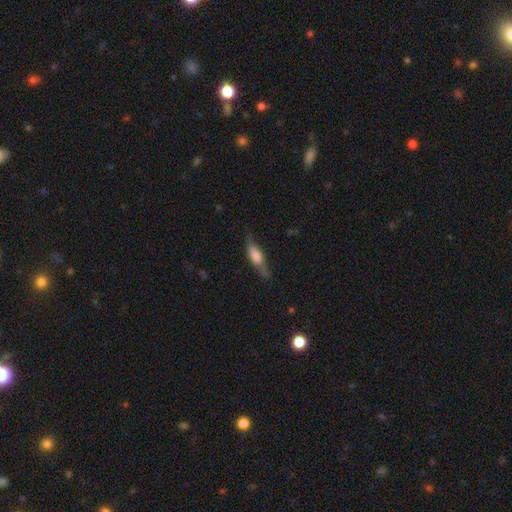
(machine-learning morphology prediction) type=smooth (55%); roundness=cigar-shaped (52%); merging=none (66%).